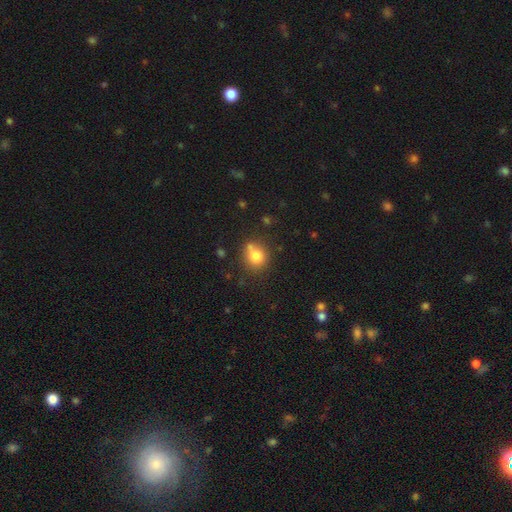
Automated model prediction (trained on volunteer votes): This appears to be a smooth galaxy with no disk features (78%) that is round (75%). Merging: none (60%).